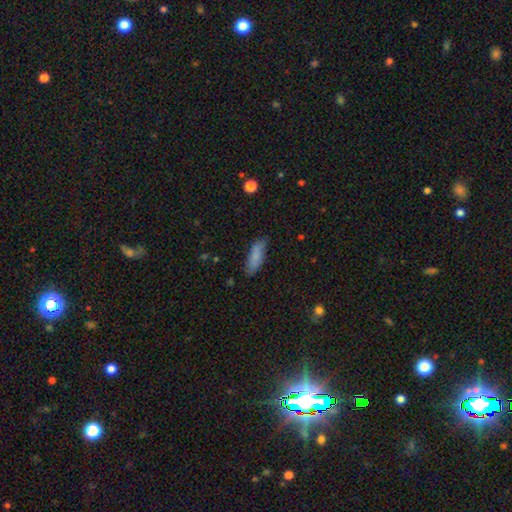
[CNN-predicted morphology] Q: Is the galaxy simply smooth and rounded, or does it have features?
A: smooth — 82%.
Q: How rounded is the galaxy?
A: in between — 57%.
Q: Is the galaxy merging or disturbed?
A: none — 77%.